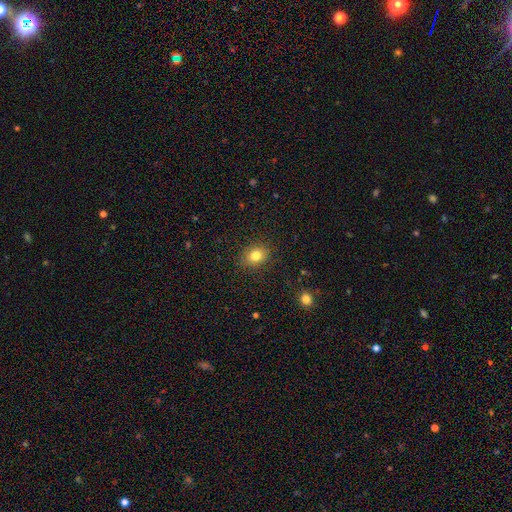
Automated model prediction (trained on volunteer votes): Smooth or featured: smooth — 81% (star or artifact — 11%)
How rounded: round — 50% (in between — 49%)
Merging: none — 88% (minor disturbance — 9%)